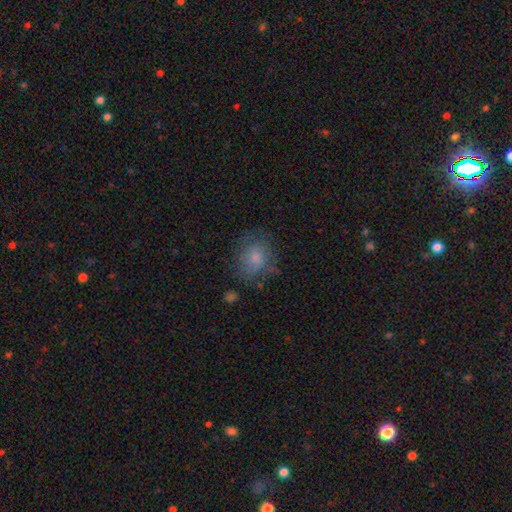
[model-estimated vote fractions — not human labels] Smooth or featured: smooth — 67% (featured or disk — 20%)
How rounded: round — 63% (in between — 36%)
Merging: none — 70% (minor disturbance — 19%)